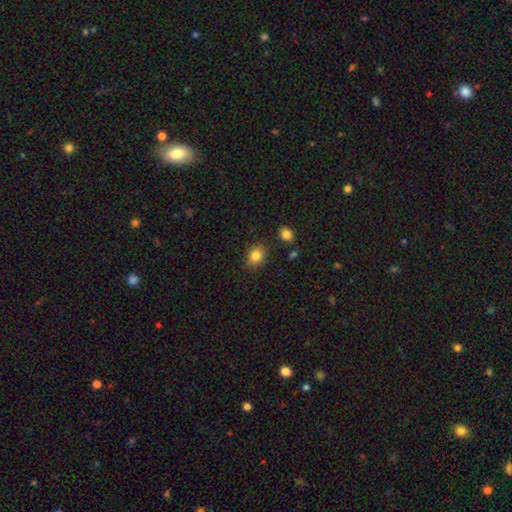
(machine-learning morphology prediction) This is clearly a smooth galaxy (84%). How rounded: possibly round (56%). Merging: clearly none (85%).